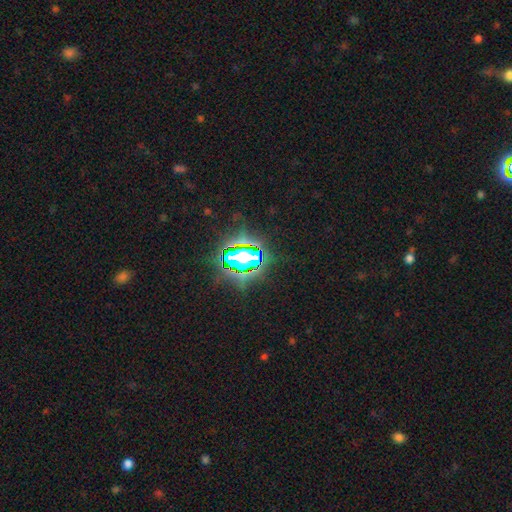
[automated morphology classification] Q: Smooth or featured?
A: star or artifact (74%); runner-up: smooth (15%)